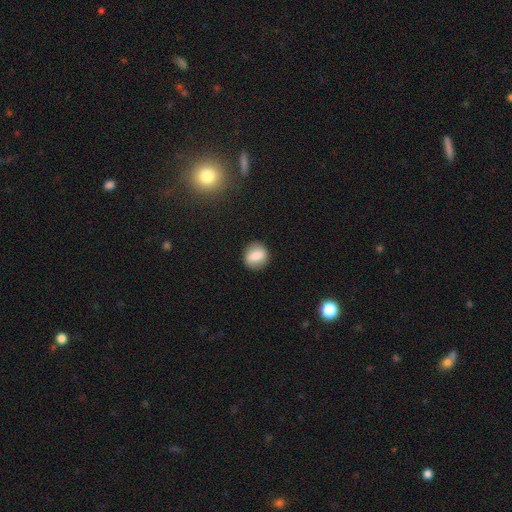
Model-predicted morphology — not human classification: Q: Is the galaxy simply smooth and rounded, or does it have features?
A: smooth — 77%.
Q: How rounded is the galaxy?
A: round — 74%.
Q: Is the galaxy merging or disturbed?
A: none — 88%.